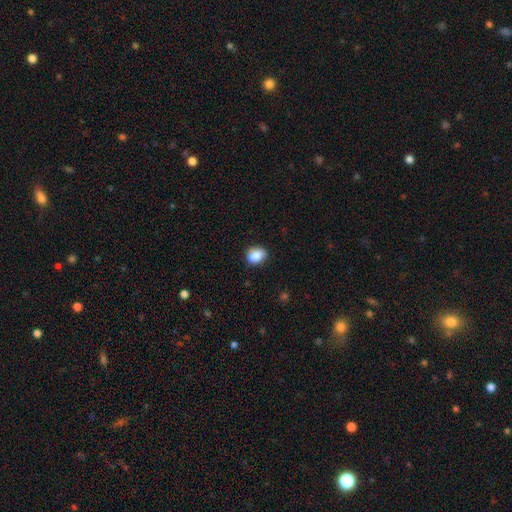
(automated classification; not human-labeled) Smooth or featured: smooth — 87% (star or artifact — 8%)
How rounded: in between — 63% (round — 36%)
Merging: none — 83% (minor disturbance — 13%)